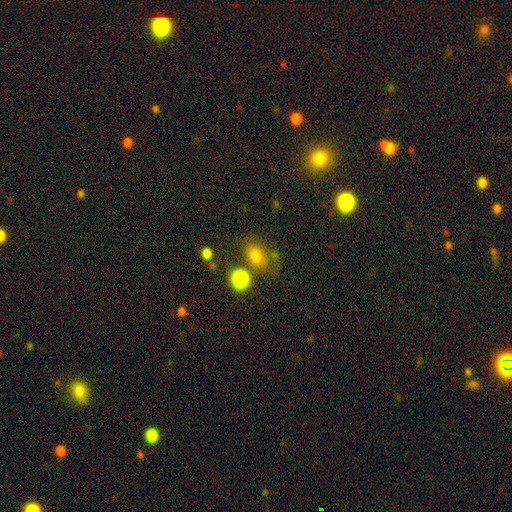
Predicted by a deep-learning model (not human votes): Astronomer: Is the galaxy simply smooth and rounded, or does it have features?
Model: smooth — 77%.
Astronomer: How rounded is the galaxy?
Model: in between — 69%.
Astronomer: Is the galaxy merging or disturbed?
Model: none — 56%.